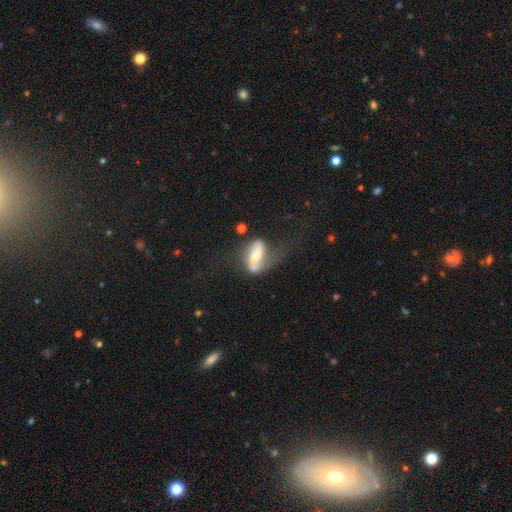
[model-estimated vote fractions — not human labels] Overall: featured or disk (59%; smooth 34%). Edge-on disk: no (86%). Bar: no (40%; strong 32%). Spiral arms: yes (67%; no 33%). Bulge size: moderate (55%; small 30%). Merging: major disturbance (36%; none 30%).